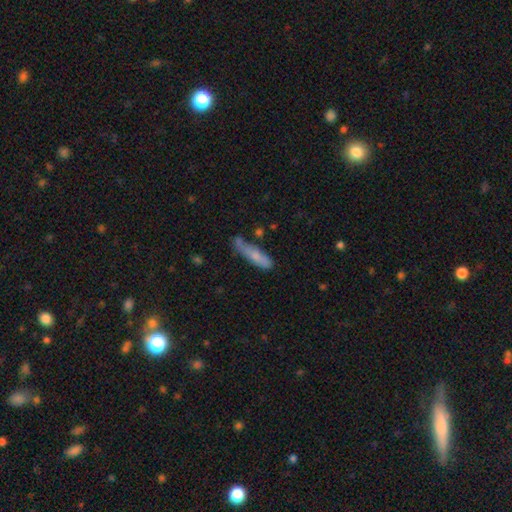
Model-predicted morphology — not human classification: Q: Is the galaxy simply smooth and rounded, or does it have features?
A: smooth — 64%.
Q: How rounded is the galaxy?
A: cigar-shaped — 78%.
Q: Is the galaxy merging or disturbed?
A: none — 55%.